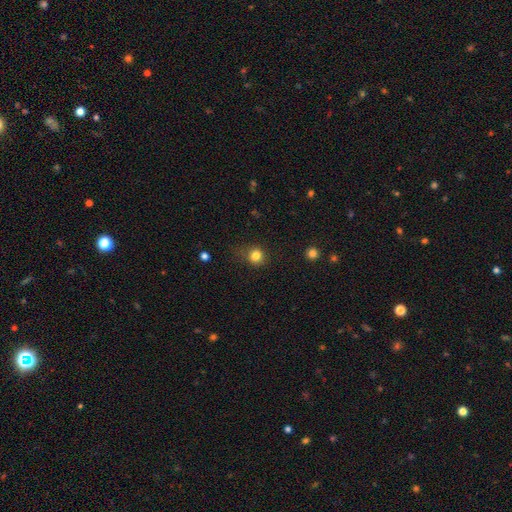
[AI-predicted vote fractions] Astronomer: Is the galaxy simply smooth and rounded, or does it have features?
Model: smooth — 82%.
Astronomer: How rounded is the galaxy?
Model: round — 88%.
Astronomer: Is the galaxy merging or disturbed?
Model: none — 78%.